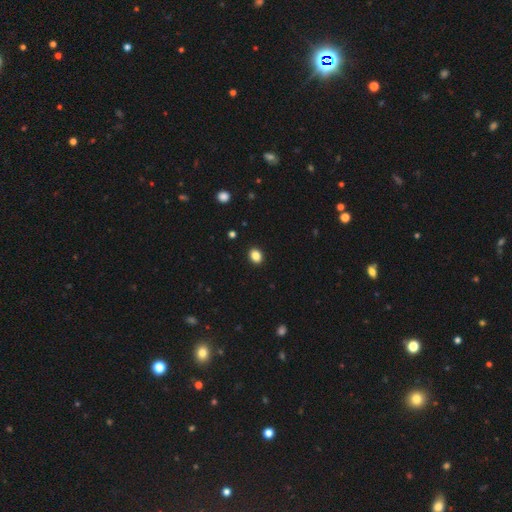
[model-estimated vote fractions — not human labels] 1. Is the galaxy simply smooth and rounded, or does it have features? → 87% smooth, 10% star or artifact, 4% featured or disk.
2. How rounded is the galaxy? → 56% in between, 43% round, 1% cigar-shaped.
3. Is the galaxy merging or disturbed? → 91% none, 6% minor disturbance, 2% major disturbance, 1% merger.